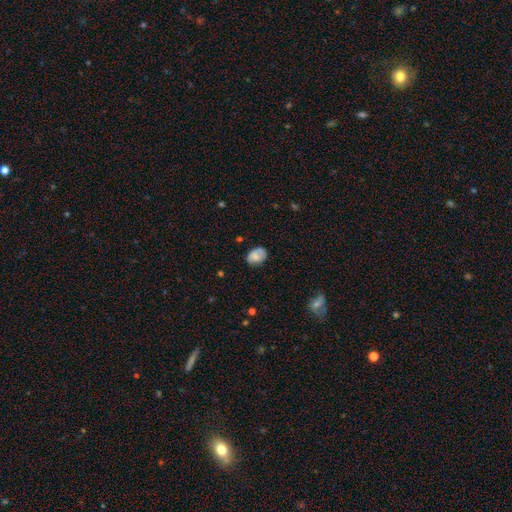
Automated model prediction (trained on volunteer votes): Smooth or featured?
  - smooth: 74% *
  - featured or disk: 17%
  - star or artifact: 8%
How rounded?
  - in between: 69% *
  - round: 30%
  - cigar-shaped: 1%
Merging?
  - none: 68% *
  - minor disturbance: 23%
  - major disturbance: 7%
  - merger: 2%